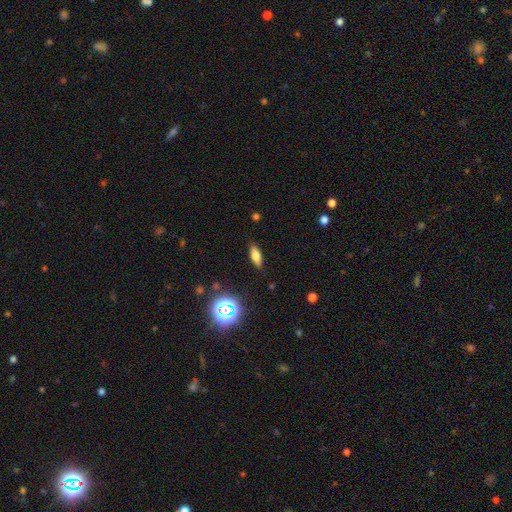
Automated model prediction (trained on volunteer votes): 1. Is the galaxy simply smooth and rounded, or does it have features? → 64% smooth, 23% featured or disk, 13% star or artifact.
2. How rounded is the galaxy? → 62% in between, 34% cigar-shaped, 4% round.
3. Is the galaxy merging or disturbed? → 87% none, 9% minor disturbance, 2% major disturbance, 1% merger.